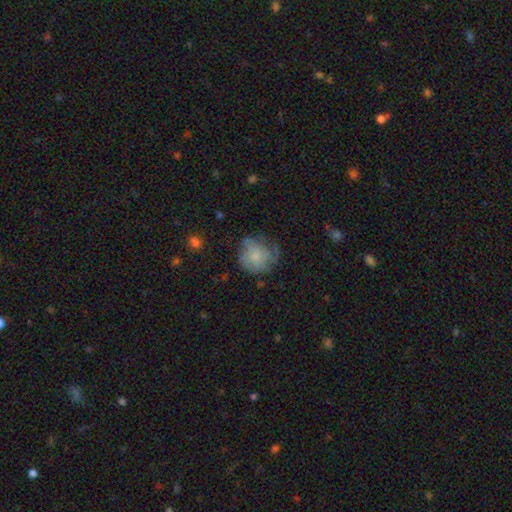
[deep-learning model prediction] smooth-or-featured: smooth: 62% | featured or disk: 29% | star or artifact: 9%
  how-rounded: round: 81% | in between: 18% | cigar-shaped: 1%
  merging: none: 53% | minor disturbance: 29% | major disturbance: 17% | merger: 2%